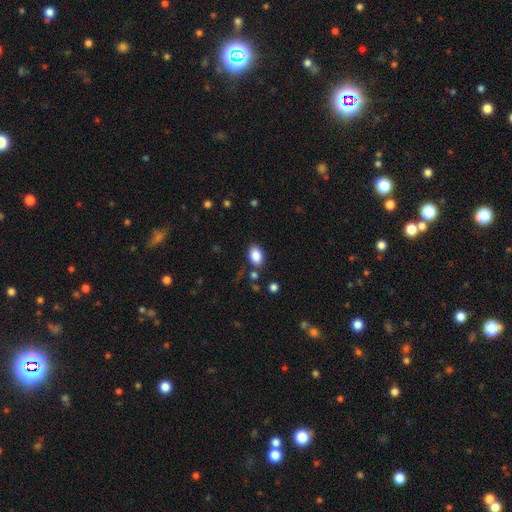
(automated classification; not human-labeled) This appears to be a smooth galaxy with no disk features (87%) that is in between round and cigar-shaped (83%). Merging: none (79%).